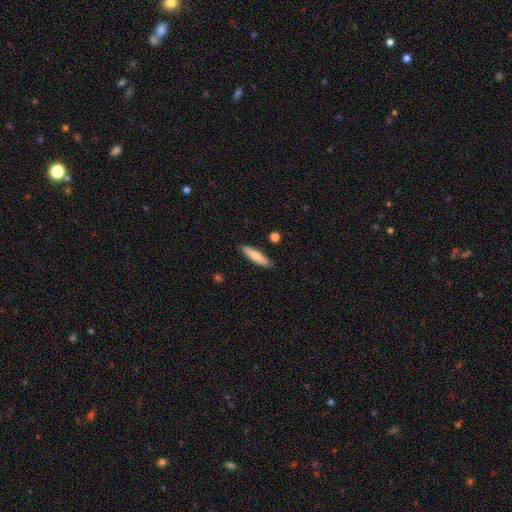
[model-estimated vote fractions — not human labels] smooth-or-featured: smooth: 78% | featured or disk: 16% | star or artifact: 6%
  how-rounded: cigar-shaped: 75% | in between: 24% | round: 2%
  merging: none: 88% | minor disturbance: 8% | merger: 2% | major disturbance: 2%